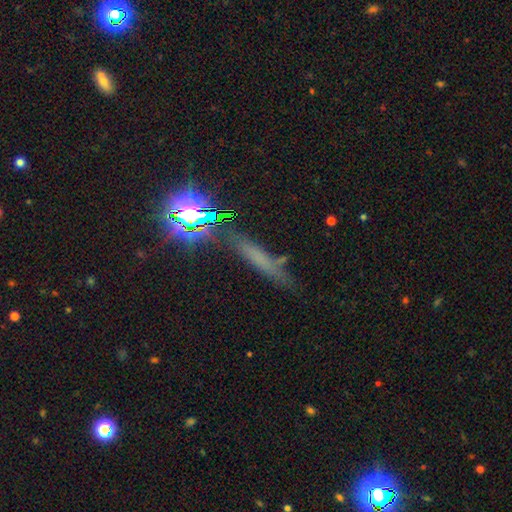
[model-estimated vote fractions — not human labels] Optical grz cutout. It shows a smooth galaxy with no disk features (42%). Merging: none (73%).